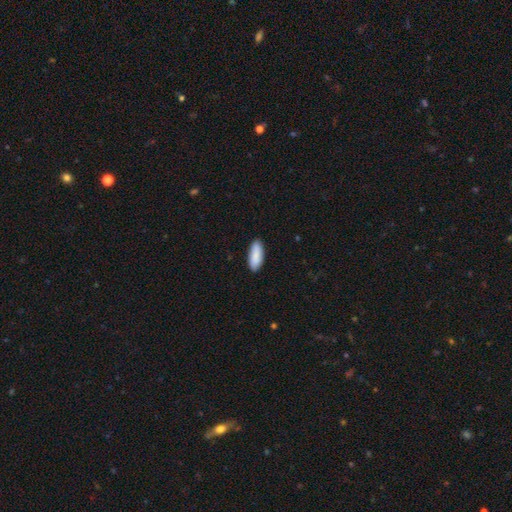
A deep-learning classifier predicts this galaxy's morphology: Smooth or featured: smooth — 88% (featured or disk — 7%)
How rounded: in between — 72% (cigar-shaped — 27%)
Merging: none — 87% (minor disturbance — 10%)